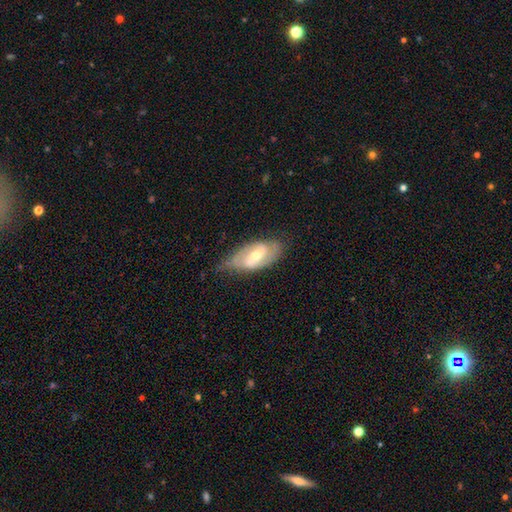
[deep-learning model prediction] featured or disk 71%, smooth 23%, star or artifact 5%. Down the decision tree: edge-on disk — no (92%); bar — weak (45%); spiral arms — yes (82%); spiral arm count — 2 (80%); spiral winding — medium (44%); bulge size — moderate (58%); merging — none (61%).